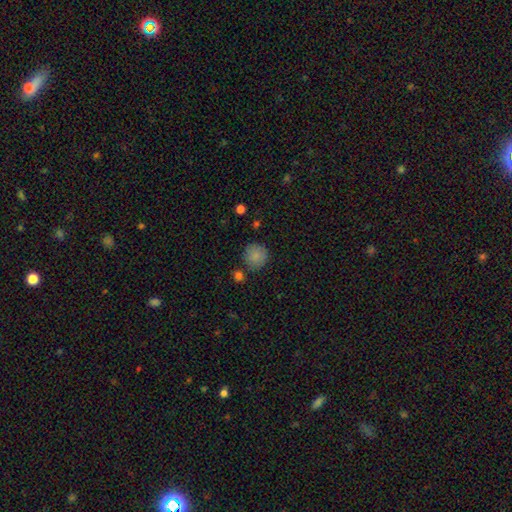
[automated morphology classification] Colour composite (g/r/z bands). It shows a smooth galaxy with no disk features (86%) that is round (92%). Merging: none (80%).